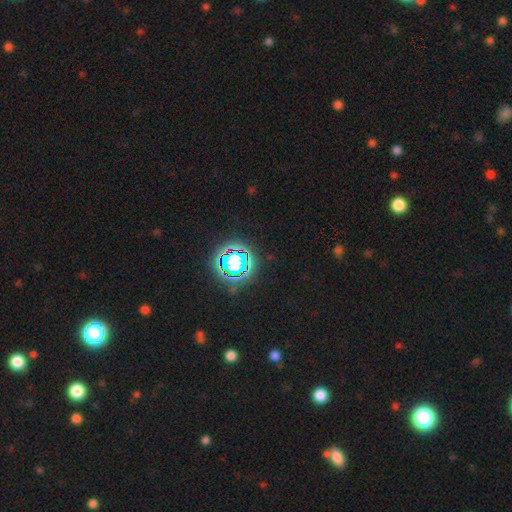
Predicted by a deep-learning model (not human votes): A star or artifact, not a galaxy (80%).

Vote fractions:
- Smooth or featured? star or artifact: 80% / smooth: 13% / featured or disk: 7%